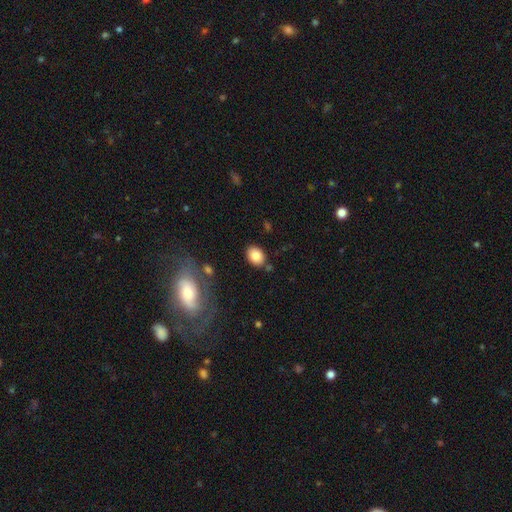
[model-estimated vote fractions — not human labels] Overall: smooth (83%). How rounded: in between (65%; round 34%). Merging: none (82%).